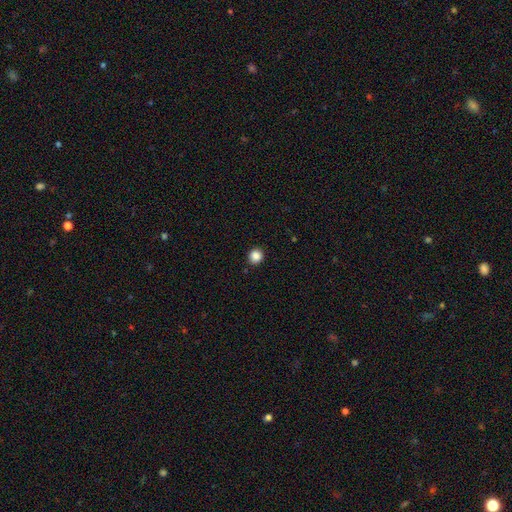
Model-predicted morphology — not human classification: A smooth galaxy with no disk features (87%) that is round (91%). Merging: none (92%).